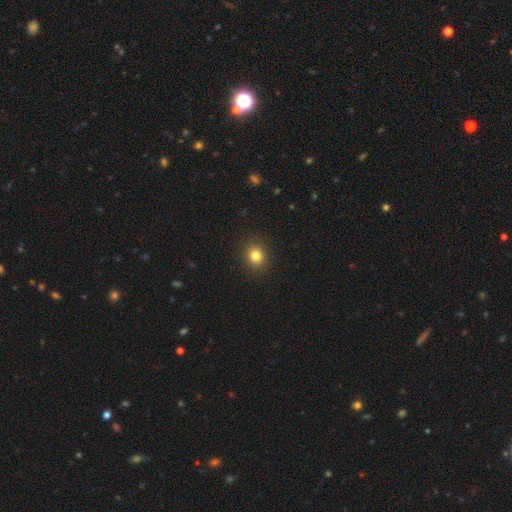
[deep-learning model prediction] Smooth or featured? smooth (82%)
How rounded? round (80%)
Merging? none (91%)